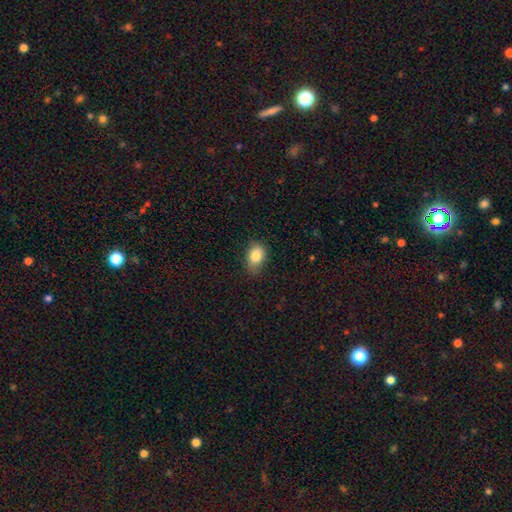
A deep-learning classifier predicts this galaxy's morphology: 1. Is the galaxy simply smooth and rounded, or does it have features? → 84% smooth, 8% star or artifact, 8% featured or disk.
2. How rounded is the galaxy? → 83% in between, 16% round, 1% cigar-shaped.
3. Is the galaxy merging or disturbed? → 74% none, 21% minor disturbance, 4% major disturbance, 1% merger.